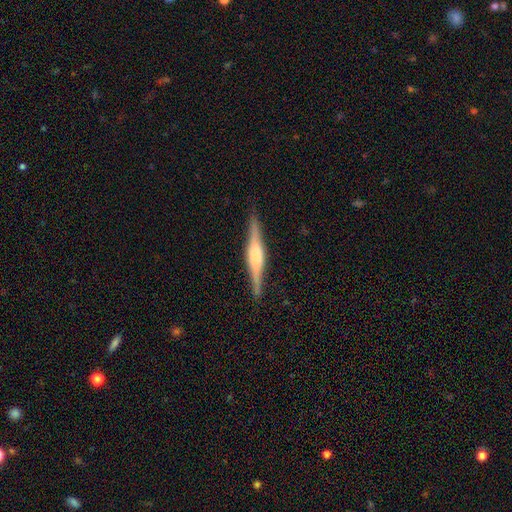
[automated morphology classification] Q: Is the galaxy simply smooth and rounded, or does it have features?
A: featured or disk — 76%.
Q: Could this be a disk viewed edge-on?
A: yes — 98%.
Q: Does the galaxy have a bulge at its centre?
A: rounded — 62%.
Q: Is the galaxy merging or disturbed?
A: none — 89%.